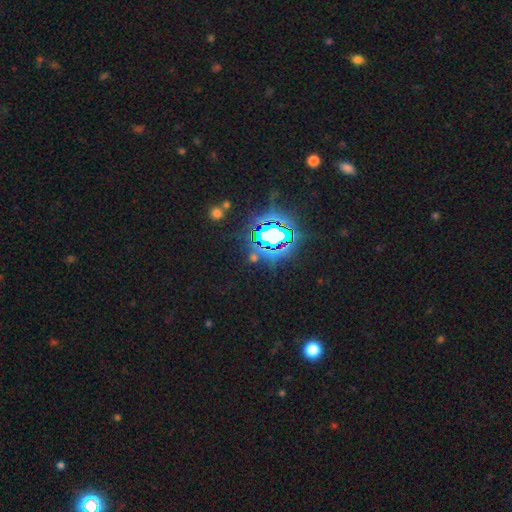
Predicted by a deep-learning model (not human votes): Smooth or featured? star or artifact (77%)